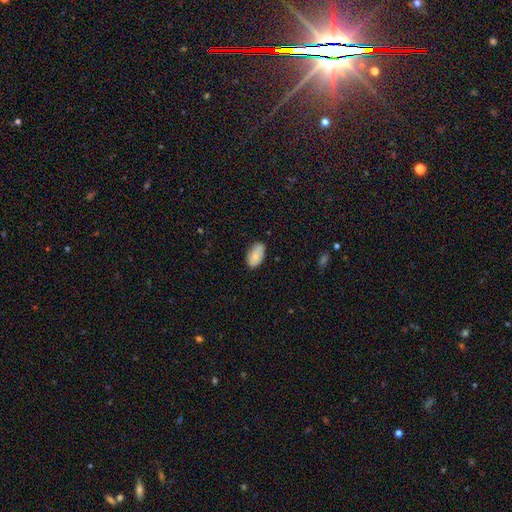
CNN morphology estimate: smooth-or-featured: smooth: 77% | featured or disk: 16% | star or artifact: 7%
  how-rounded: in between: 94% | round: 5% | cigar-shaped: 2%
  merging: none: 72% | minor disturbance: 23% | major disturbance: 4% | merger: 2%